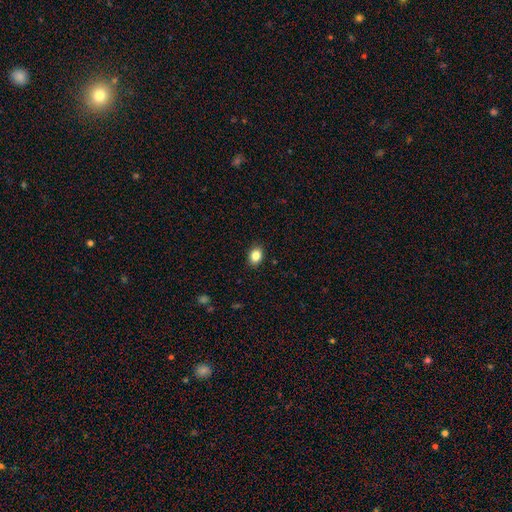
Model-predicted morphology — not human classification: A smooth galaxy with no disk features (85%) that is in between round and cigar-shaped (70%).

Vote fractions:
- Smooth or featured? smooth: 85% / star or artifact: 9% / featured or disk: 5%
- How rounded? in between: 70% / round: 29% / cigar-shaped: 1%
- Merging? none: 89% / minor disturbance: 8% / major disturbance: 2% / merger: 1%